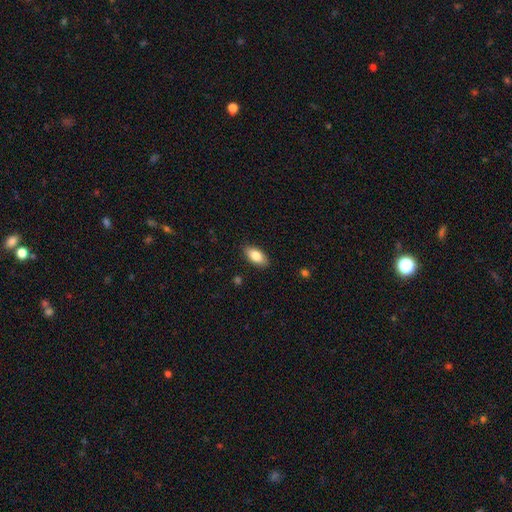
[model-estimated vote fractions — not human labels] Smooth or featured? Predicted: smooth (p=0.83). How rounded? Predicted: in between (p=0.91). Merging? Predicted: none (p=0.88).